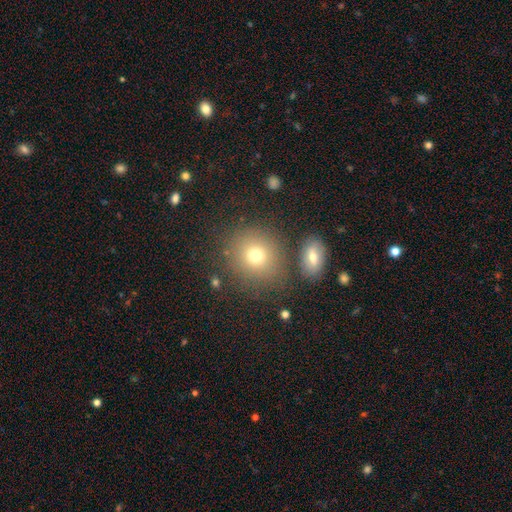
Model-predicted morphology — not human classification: Smooth or featured? smooth (73%)
How rounded? round (84%)
Merging? none (78%)